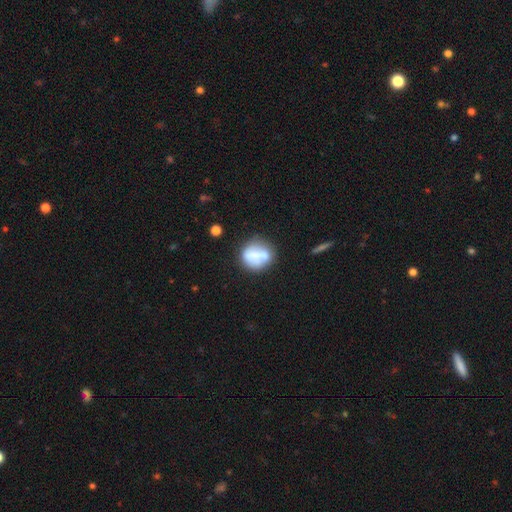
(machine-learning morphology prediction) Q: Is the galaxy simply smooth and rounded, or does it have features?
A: smooth — 61%.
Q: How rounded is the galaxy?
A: round — 67%.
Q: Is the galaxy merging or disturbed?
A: none — 54%.